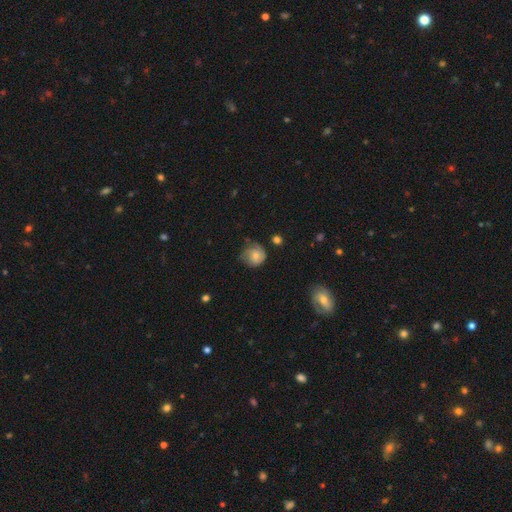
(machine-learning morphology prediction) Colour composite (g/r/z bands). It shows a smooth galaxy with no disk features (64%) that is round (82%). Merging: none (51%).